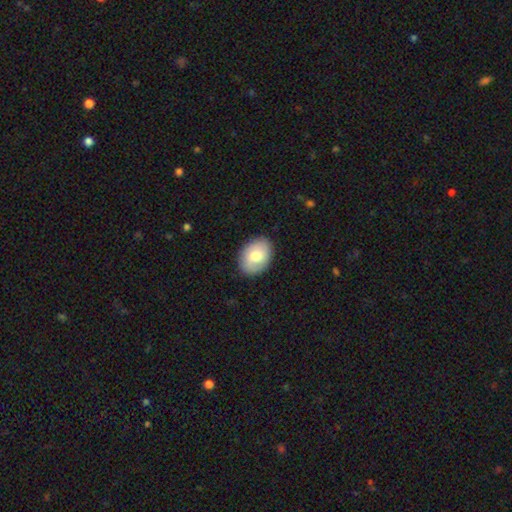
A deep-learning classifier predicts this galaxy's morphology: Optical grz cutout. It shows a smooth galaxy with no disk features (73%) that is in between round and cigar-shaped (76%). Merging: none (87%).